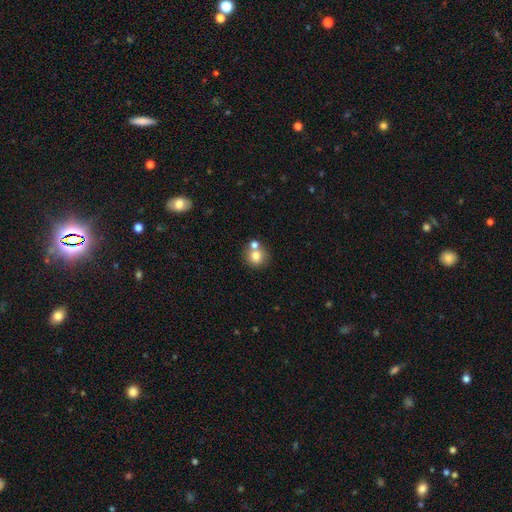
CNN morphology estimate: Smooth or featured: smooth — 77% (featured or disk — 13%)
How rounded: round — 88% (in between — 11%)
Merging: none — 55% (merger — 34%)